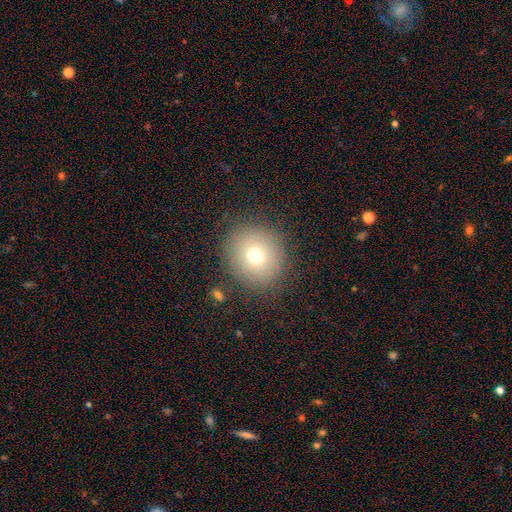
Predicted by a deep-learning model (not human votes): smooth 72%, star or artifact 15%, featured or disk 13%. Down the decision tree: how rounded — round (90%); merging — none (87%).